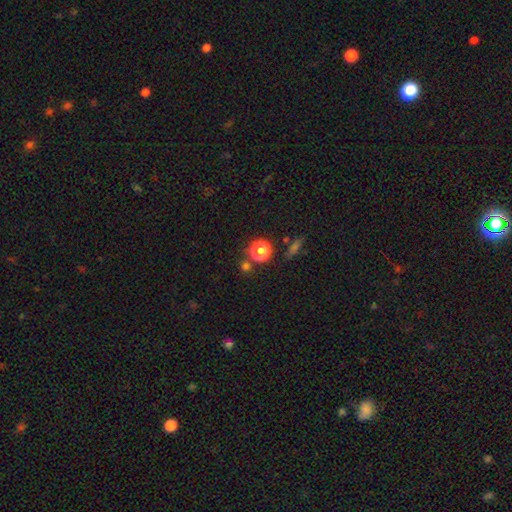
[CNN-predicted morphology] smooth_or_featured: star or artifact (p=0.51) [alt: smooth p=0.39]